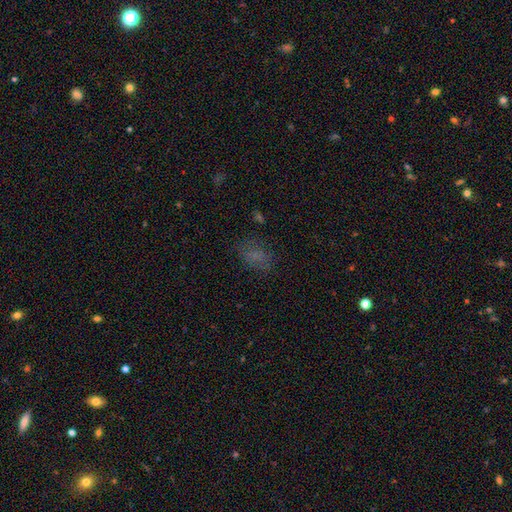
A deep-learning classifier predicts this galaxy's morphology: Overall: smooth (62%; star or artifact 23%). How rounded: in between (79%). Merging: none (71%).